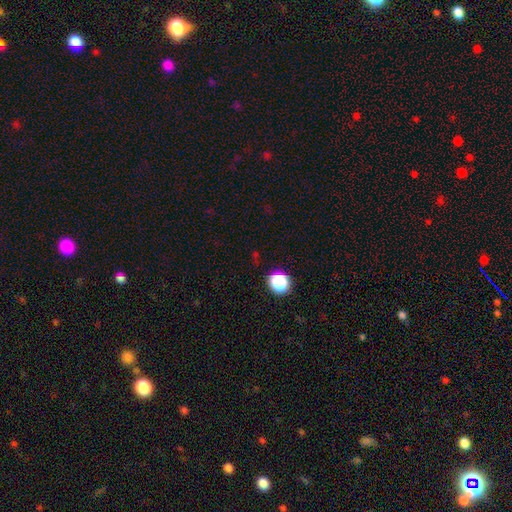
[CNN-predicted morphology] Smooth or featured? star or artifact (52%)